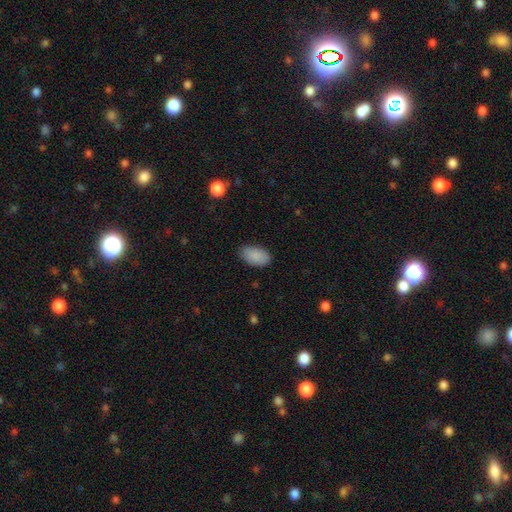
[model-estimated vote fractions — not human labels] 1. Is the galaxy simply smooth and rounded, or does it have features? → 89% smooth, 7% star or artifact, 4% featured or disk.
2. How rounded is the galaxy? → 95% in between, 4% round, 2% cigar-shaped.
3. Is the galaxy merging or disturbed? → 84% none, 13% minor disturbance, 3% major disturbance, 1% merger.